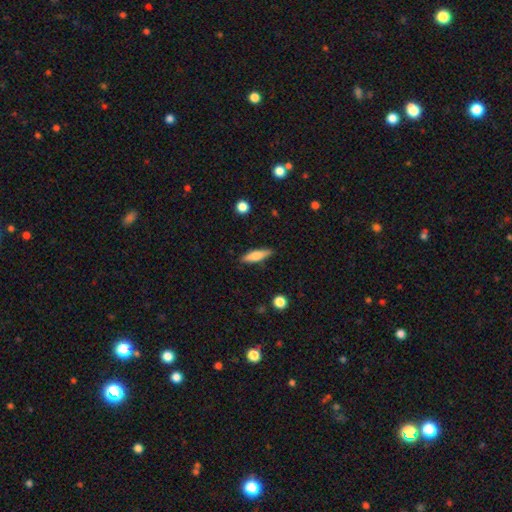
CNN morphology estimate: Smooth or featured? smooth (69%)
How rounded? cigar-shaped (65%)
Merging? none (85%)